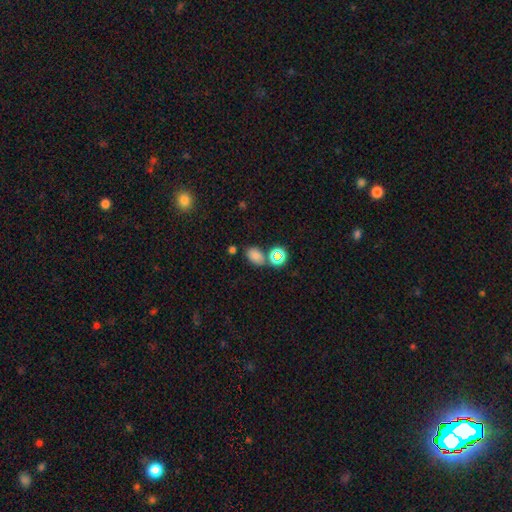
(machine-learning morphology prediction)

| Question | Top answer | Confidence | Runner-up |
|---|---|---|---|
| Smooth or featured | smooth | 74% | star or artifact (20%) |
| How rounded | in between | 81% | round (17%) |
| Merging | none | 70% | minor disturbance (13%) |